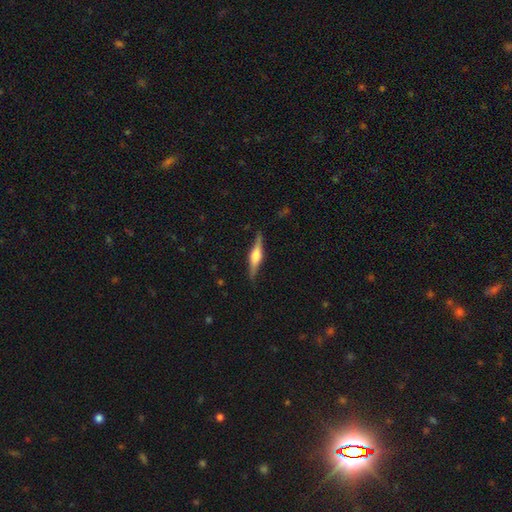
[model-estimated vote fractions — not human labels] Smooth or featured?
  - featured or disk: 71% *
  - smooth: 23%
  - star or artifact: 6%
Edge-on disk?
  - yes: 97% *
  - no: 3%
Edge-on bulge?
  - rounded: 85% *
  - boxy: 13%
  - none: 3%
Merging?
  - none: 87% *
  - minor disturbance: 10%
  - major disturbance: 2%
  - merger: 1%